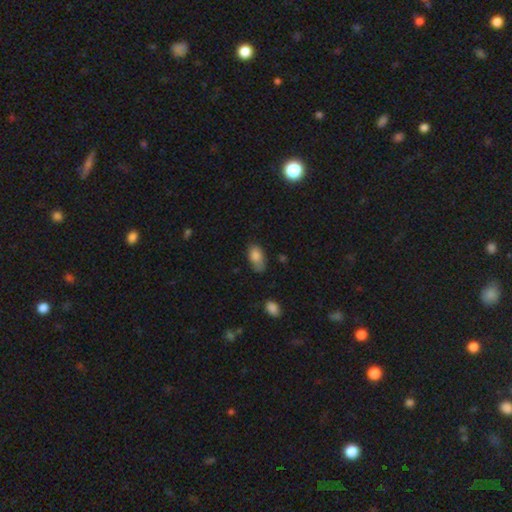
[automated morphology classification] Smooth or featured?
  - smooth: 83% *
  - featured or disk: 9%
  - star or artifact: 8%
How rounded?
  - in between: 91% *
  - round: 5%
  - cigar-shaped: 3%
Merging?
  - none: 53% *
  - minor disturbance: 34%
  - major disturbance: 10%
  - merger: 3%